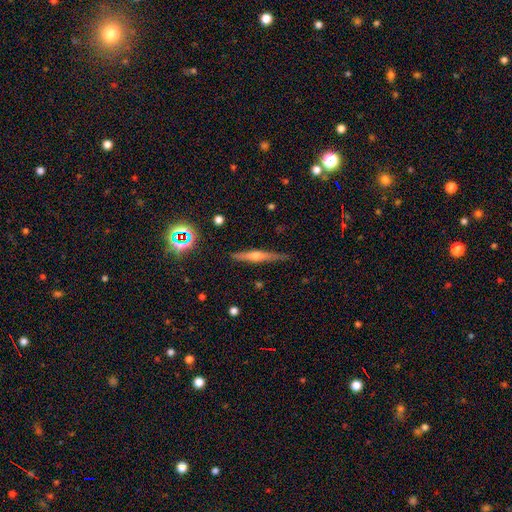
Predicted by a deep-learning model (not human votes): Q: Smooth or featured?
A: featured or disk (63%); runner-up: smooth (28%)
Q: Edge-on disk?
A: yes (96%); runner-up: no (4%)
Q: Edge-on bulge?
A: rounded (86%); runner-up: none (8%)
Q: Merging?
A: none (85%); runner-up: minor disturbance (11%)